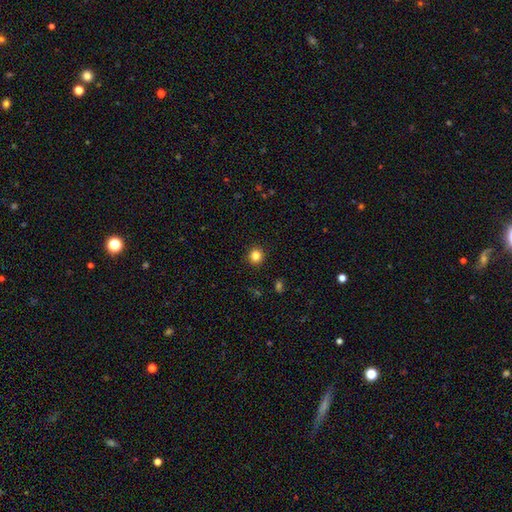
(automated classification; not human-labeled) A smooth galaxy with no disk features (84%) that is round (93%). Merging: none (93%).